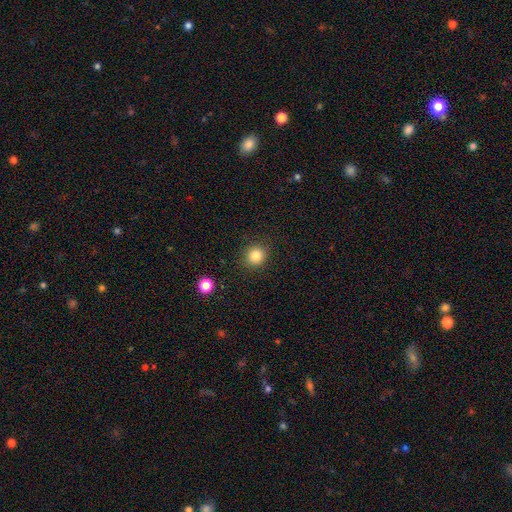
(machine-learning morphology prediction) This appears to be a smooth galaxy with no disk features (83%) that is round (88%). Merging: none (90%).